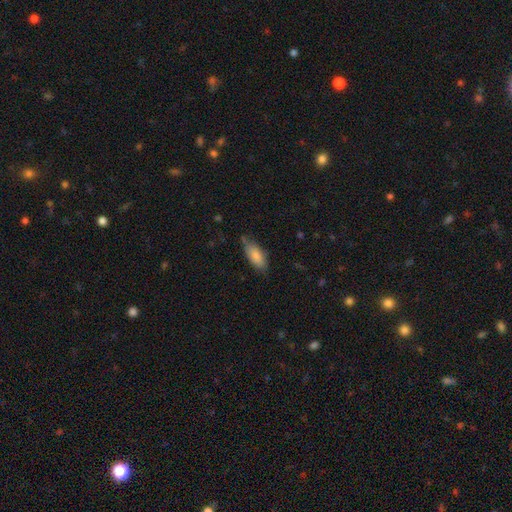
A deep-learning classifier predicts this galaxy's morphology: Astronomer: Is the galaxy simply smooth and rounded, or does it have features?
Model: smooth — 84%.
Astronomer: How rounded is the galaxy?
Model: in between — 80%.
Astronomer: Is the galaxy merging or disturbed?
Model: none — 63%.